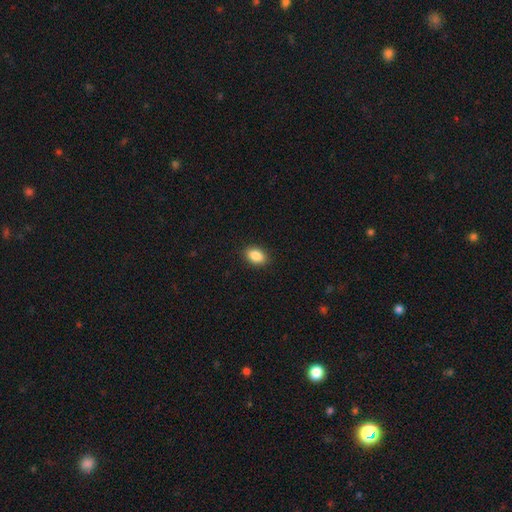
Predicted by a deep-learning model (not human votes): The model was most divided on "how rounded": in between: 84%, round: 15%, cigar-shaped: 1%. More confident: merging — none (90%); smooth or featured — smooth (87%).